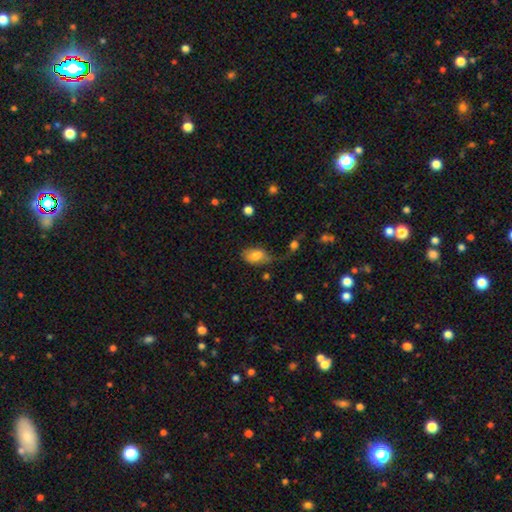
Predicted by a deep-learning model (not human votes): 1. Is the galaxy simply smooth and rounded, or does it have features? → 79% smooth, 13% featured or disk, 8% star or artifact.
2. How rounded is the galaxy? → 89% in between, 9% round, 2% cigar-shaped.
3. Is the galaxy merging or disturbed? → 41% none, 30% minor disturbance, 22% major disturbance, 7% merger.